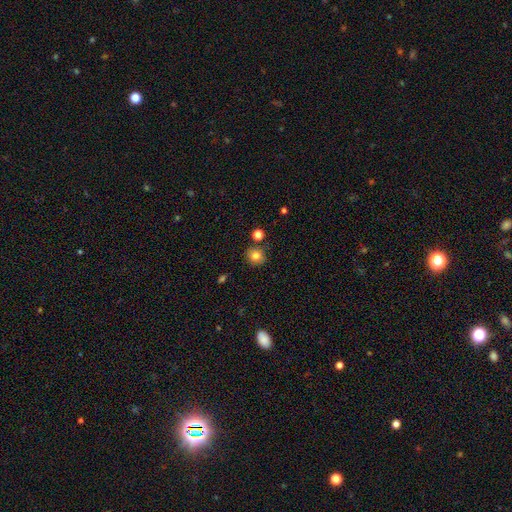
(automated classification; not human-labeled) This appears to be a smooth galaxy with no disk features (80%) that is round (87%). Merging: none (83%).